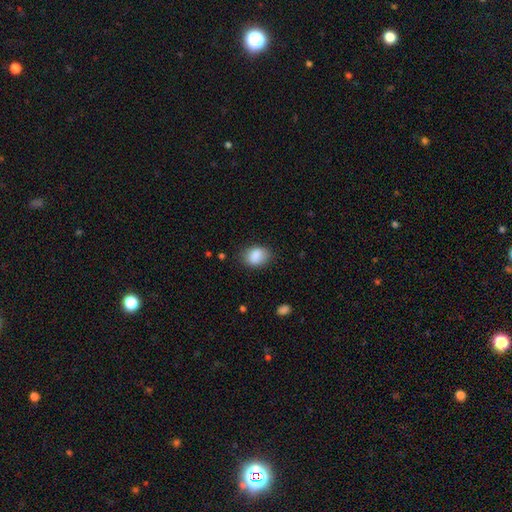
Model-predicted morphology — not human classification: Smooth or featured: smooth — 86% (star or artifact — 8%)
How rounded: in between — 67% (round — 32%)
Merging: none — 77% (minor disturbance — 17%)